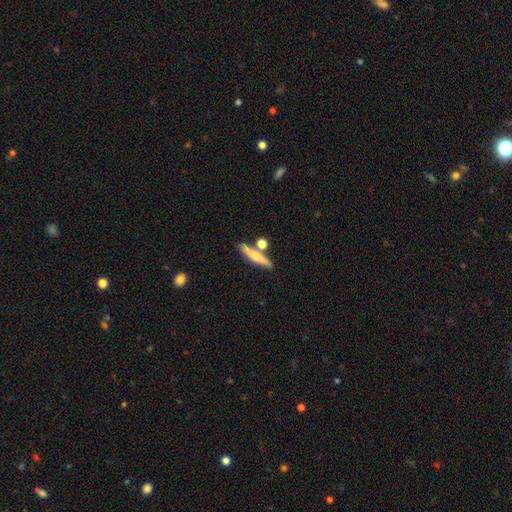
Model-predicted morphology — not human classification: type=smooth (56%); roundness=cigar-shaped (80%); merging=none (71%).